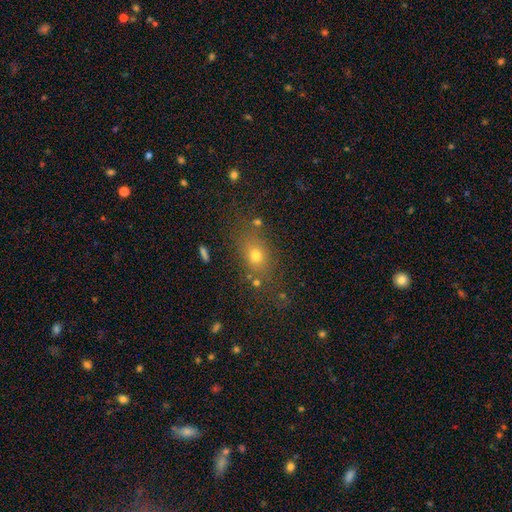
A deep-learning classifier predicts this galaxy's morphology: Smooth or featured? Predicted: smooth (p=0.68). How rounded? Predicted: in between (p=0.61). Merging? Predicted: none (p=0.72).